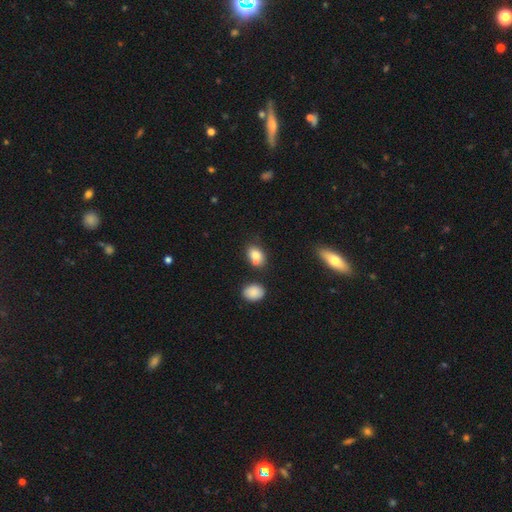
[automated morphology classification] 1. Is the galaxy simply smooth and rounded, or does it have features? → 80% smooth, 10% featured or disk, 9% star or artifact.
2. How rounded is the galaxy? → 78% in between, 21% round, 1% cigar-shaped.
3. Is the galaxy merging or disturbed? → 58% none, 21% merger, 17% minor disturbance, 5% major disturbance.